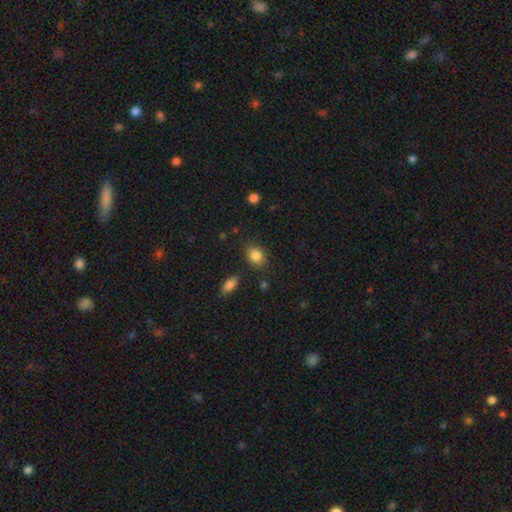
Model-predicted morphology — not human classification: A smooth galaxy with no disk features (85%) that is in between round and cigar-shaped (58%).

Vote fractions:
- Smooth or featured? smooth: 85% / star or artifact: 9% / featured or disk: 6%
- How rounded? in between: 58% / round: 41% / cigar-shaped: 1%
- Merging? none: 81% / minor disturbance: 13% / major disturbance: 3% / merger: 3%